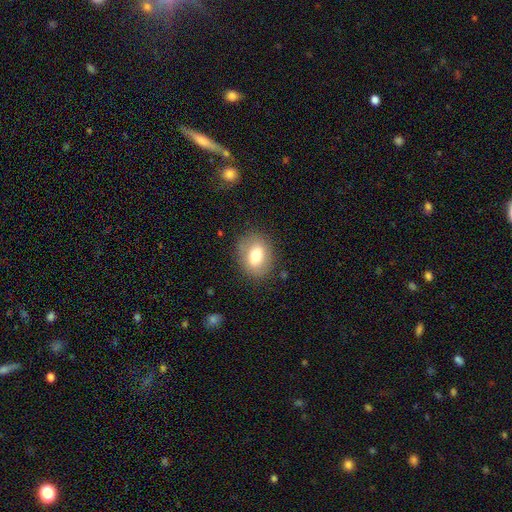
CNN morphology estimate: The model was most divided on "how rounded": in between: 63%, round: 35%, cigar-shaped: 1%. More confident: merging — none (80%); smooth or featured — smooth (71%).